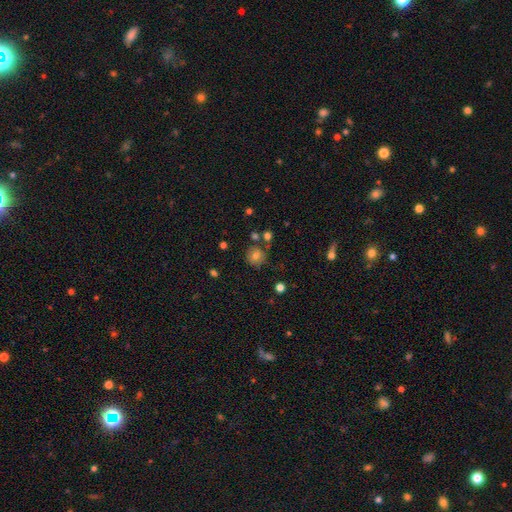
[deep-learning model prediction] Smooth or featured?
  - smooth: 73% *
  - featured or disk: 14%
  - star or artifact: 13%
How rounded?
  - round: 87% *
  - in between: 12%
  - cigar-shaped: 1%
Merging?
  - none: 74% *
  - minor disturbance: 14%
  - merger: 7%
  - major disturbance: 5%